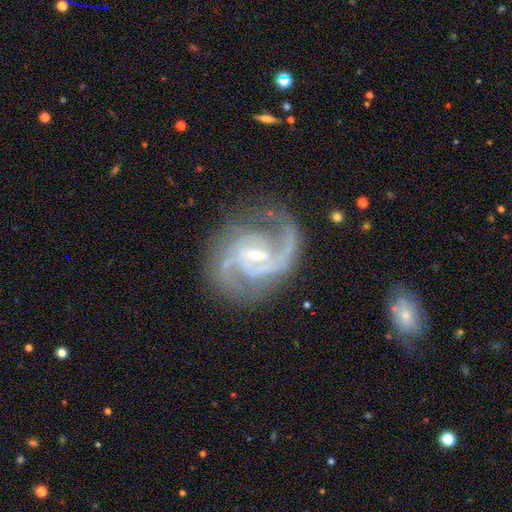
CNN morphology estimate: Smooth or featured? Predicted: featured or disk (p=0.91). Edge-on disk? Predicted: no (p=0.98). Bar? Predicted: weak (p=0.57). Spiral arms? Predicted: yes (p=0.98). Spiral winding? Predicted: medium (p=0.56). Spiral arm count? Predicted: 2 (p=0.64). Bulge size? Predicted: small (p=0.63). Merging? Predicted: none (p=0.71).